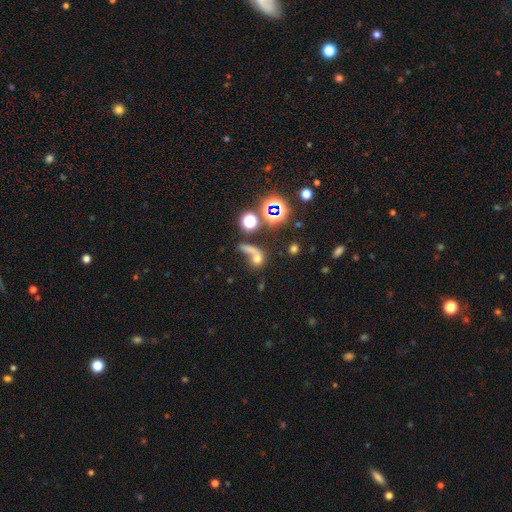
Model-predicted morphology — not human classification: Smooth or featured? smooth (51%)
How rounded? round (58%)
Merging? merger (37%)